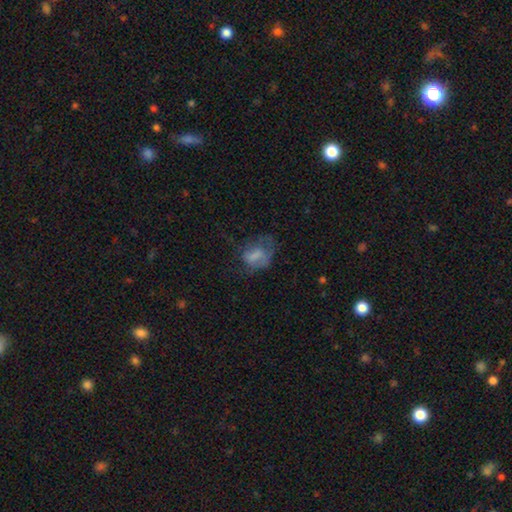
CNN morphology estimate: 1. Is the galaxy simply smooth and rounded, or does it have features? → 58% smooth, 31% featured or disk, 12% star or artifact.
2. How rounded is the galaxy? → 67% in between, 31% round, 2% cigar-shaped.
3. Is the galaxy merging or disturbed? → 40% major disturbance, 32% none, 26% minor disturbance, 3% merger.